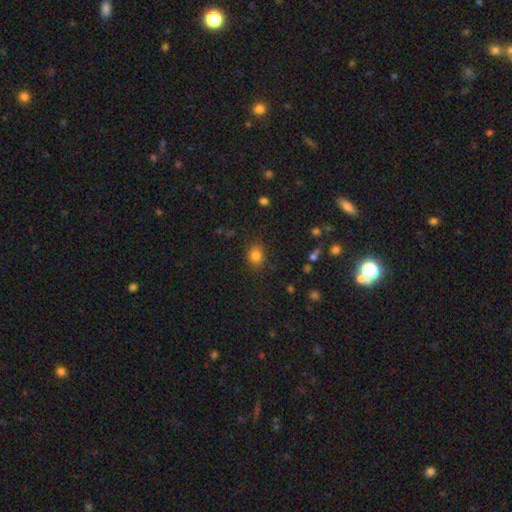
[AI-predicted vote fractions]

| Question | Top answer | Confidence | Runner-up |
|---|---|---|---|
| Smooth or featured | smooth | 81% | star or artifact (13%) |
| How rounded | round | 64% | in between (35%) |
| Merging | none | 84% | minor disturbance (11%) |